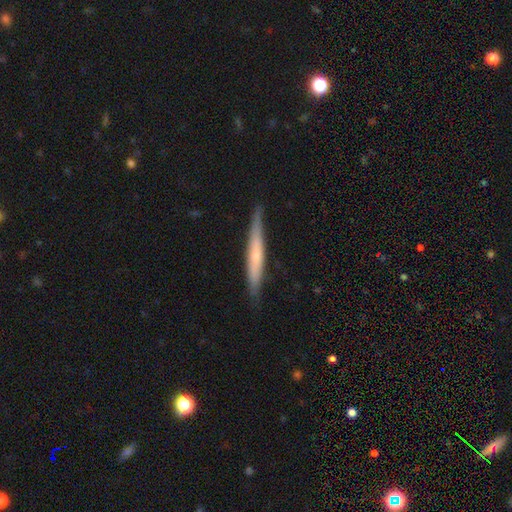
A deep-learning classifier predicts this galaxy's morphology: A smooth galaxy with no disk features (50%).

Vote fractions:
- Smooth or featured? smooth: 50% / featured or disk: 45% / star or artifact: 5%
- Merging? none: 86% / minor disturbance: 11% / major disturbance: 2% / merger: 1%